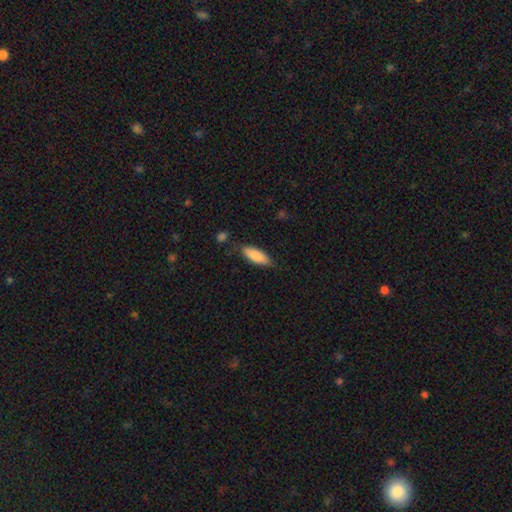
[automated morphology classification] A smooth galaxy with no disk features (85%) that is in between round and cigar-shaped (64%).

Vote fractions:
- Smooth or featured? smooth: 85% / featured or disk: 9% / star or artifact: 6%
- How rounded? in between: 64% / cigar-shaped: 34% / round: 2%
- Merging? none: 77% / minor disturbance: 17% / major disturbance: 4% / merger: 3%